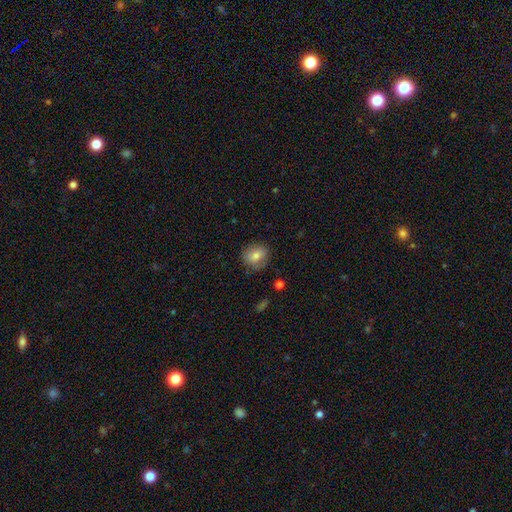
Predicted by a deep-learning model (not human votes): smooth_or_featured: smooth (p=0.78) [alt: featured or disk p=0.13]
how_rounded: round (p=0.75) [alt: in between p=0.24]
merging: none (p=0.80) [alt: minor disturbance p=0.15]